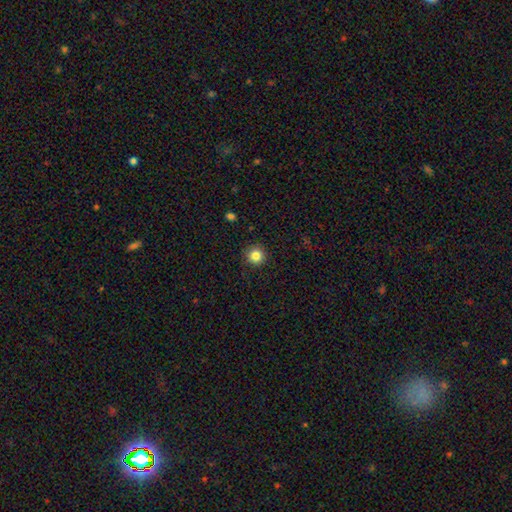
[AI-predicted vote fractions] Overall: smooth (85%). How rounded: round (95%). Merging: none (91%).